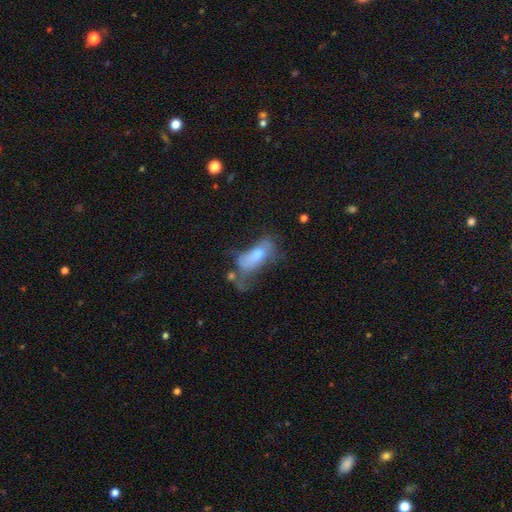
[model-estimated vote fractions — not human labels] Morphology: type=smooth (58%); roundness=in between (81%); merging=major disturbance (43%).